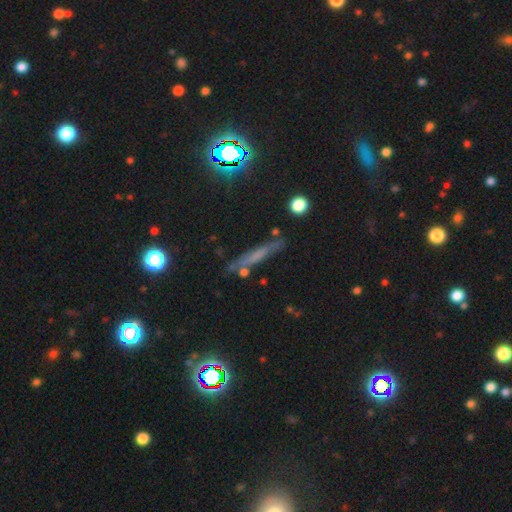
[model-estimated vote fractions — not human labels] The model was most divided on "smooth or featured": smooth: 42%, featured or disk: 36%, star or artifact: 22%. More confident: merging — none (74%).